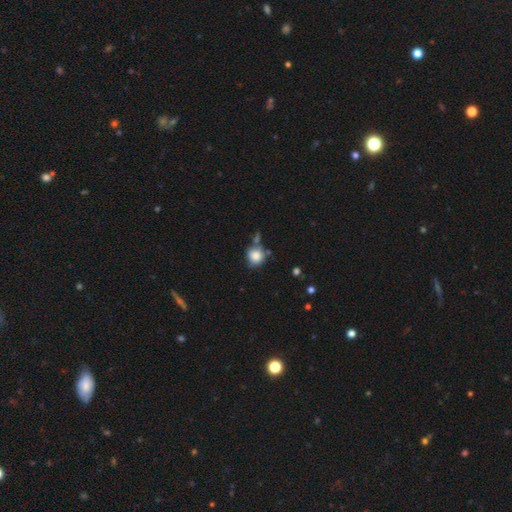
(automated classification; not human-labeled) Overall: smooth (84%). How rounded: round (85%). Merging: none (61%).